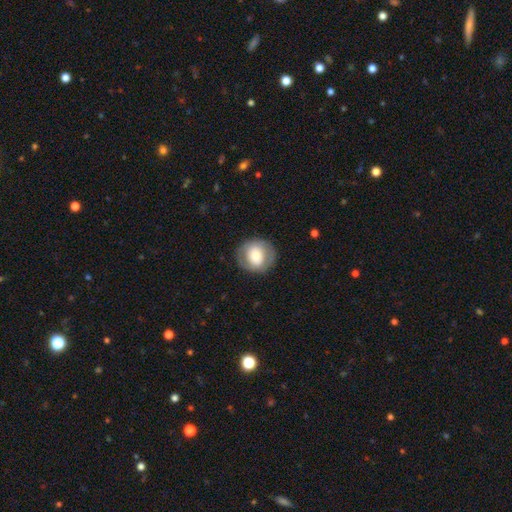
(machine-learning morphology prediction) smooth_or_featured: smooth (p=0.60) [alt: featured or disk p=0.33]
how_rounded: round (p=0.83) [alt: in between p=0.16]
merging: none (p=0.82) [alt: minor disturbance p=0.12]